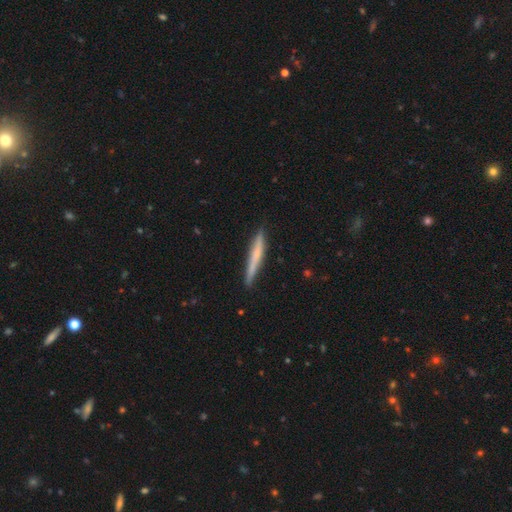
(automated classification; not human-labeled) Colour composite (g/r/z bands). It shows a smooth galaxy with no disk features (55%) that is cigar-shaped (96%). Merging: none (87%).